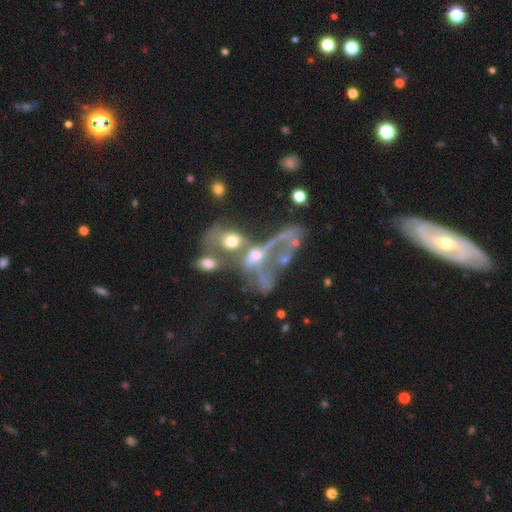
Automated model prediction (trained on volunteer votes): Overall: featured or disk (59%; smooth 24%). Edge-on disk: no (92%). Bar: no (81%). Spiral arms: no (78%). Bulge size: moderate (37%; none 27%). Merging: merger (62%; major disturbance 22%).